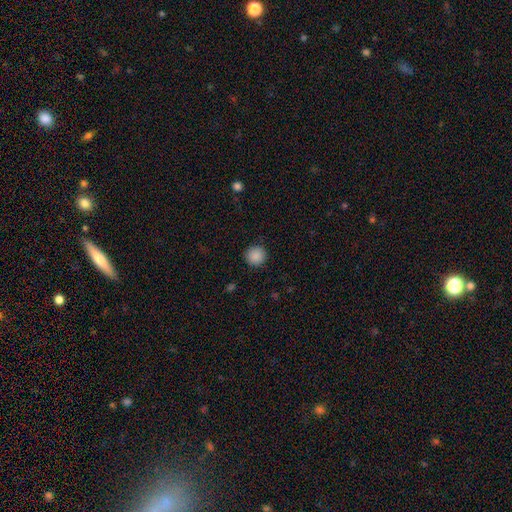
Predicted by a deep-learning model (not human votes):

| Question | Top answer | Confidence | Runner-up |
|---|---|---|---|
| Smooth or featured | smooth | 89% | star or artifact (8%) |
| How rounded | round | 93% | in between (6%) |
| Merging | none | 91% | minor disturbance (6%) |